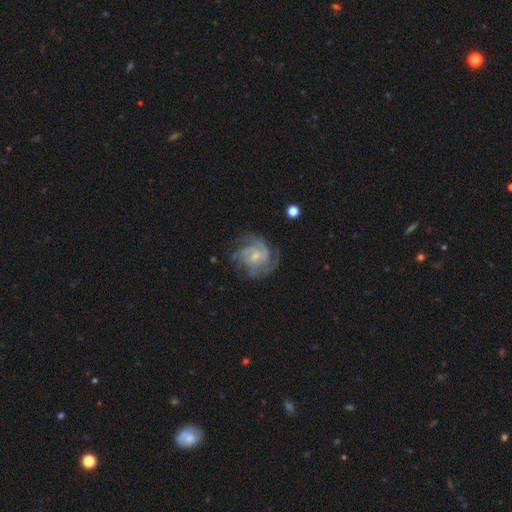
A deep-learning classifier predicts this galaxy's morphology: A featured or disk galaxy (85%) with no bar (54%), 3 (29%) tight (55%) spiral arms (95%) and a small central bulge (61%). Merging: none (68%).